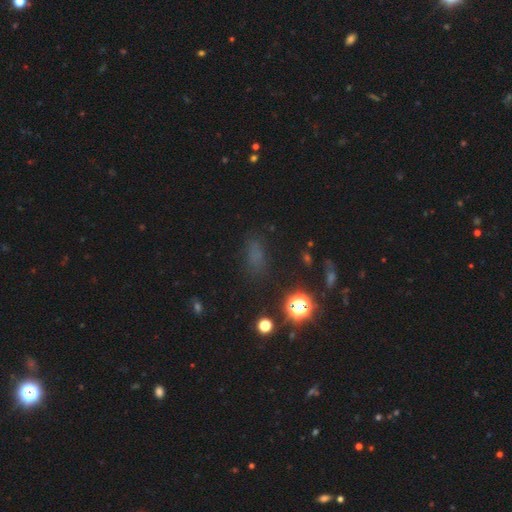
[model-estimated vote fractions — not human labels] This appears to be a smooth galaxy with no disk features (58%) that is in between round and cigar-shaped (69%). Merging: none (74%).